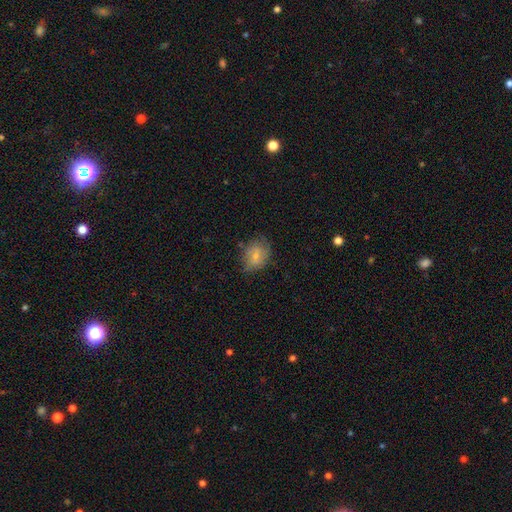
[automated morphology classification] Smooth or featured? Predicted: smooth (p=0.64). How rounded? Predicted: in between (p=0.53). Merging? Predicted: none (p=0.63).